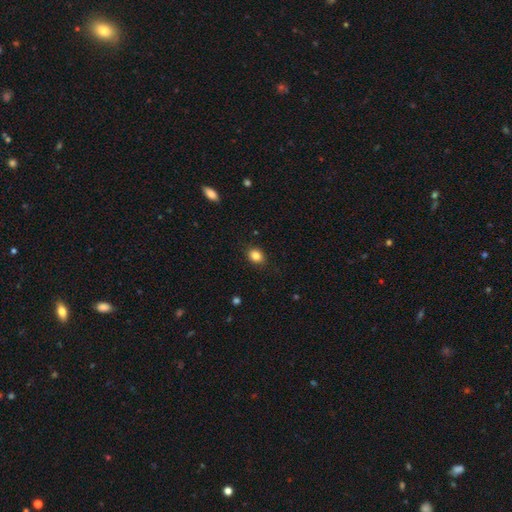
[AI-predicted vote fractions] Smooth or featured? Predicted: smooth (p=0.85). How rounded? Predicted: in between (p=0.54). Merging? Predicted: none (p=0.87).